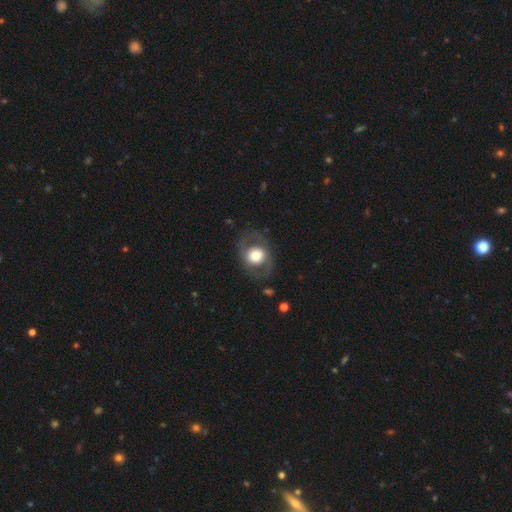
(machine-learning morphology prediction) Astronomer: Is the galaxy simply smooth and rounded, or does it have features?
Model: featured or disk — 54% (runner-up: smooth, 40%).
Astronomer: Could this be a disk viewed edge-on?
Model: no — 95%.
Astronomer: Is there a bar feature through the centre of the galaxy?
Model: no — 77%.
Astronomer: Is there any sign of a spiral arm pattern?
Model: yes — 51% (runner-up: no, 49%).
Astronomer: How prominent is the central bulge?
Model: large — 46% (runner-up: moderate, 38%).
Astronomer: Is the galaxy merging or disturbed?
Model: none — 75%.